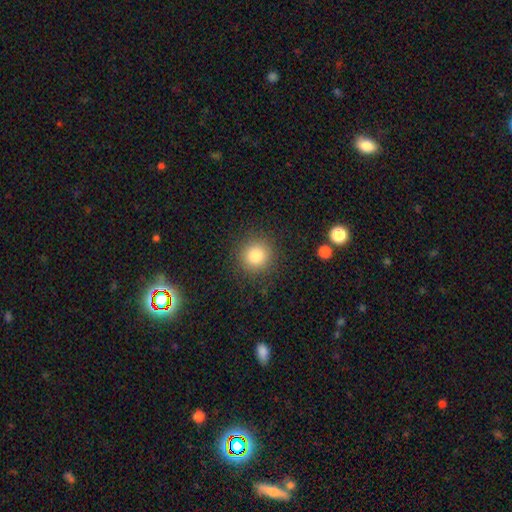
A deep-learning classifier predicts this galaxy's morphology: Overall: smooth (82%). How rounded: round (92%). Merging: none (89%).